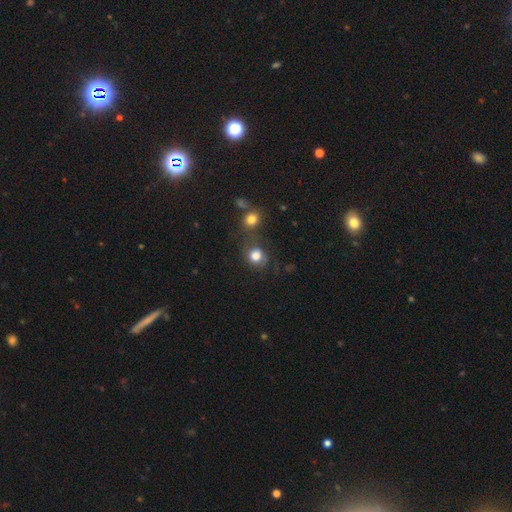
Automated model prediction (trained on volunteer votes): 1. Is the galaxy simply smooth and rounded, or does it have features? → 79% smooth, 12% star or artifact, 9% featured or disk.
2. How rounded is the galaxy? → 77% round, 22% in between, 1% cigar-shaped.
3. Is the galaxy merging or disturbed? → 56% none, 17% minor disturbance, 16% merger, 10% major disturbance.